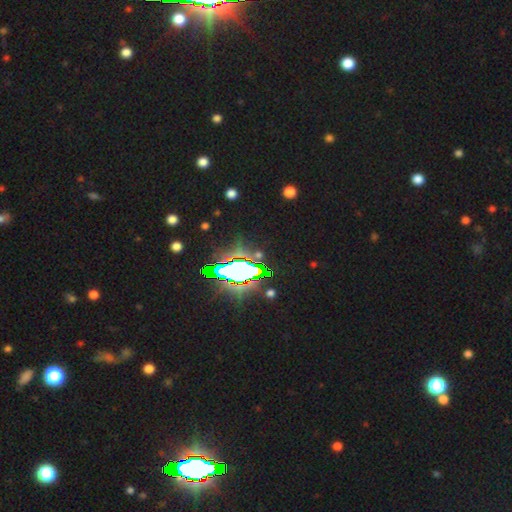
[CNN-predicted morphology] Smooth or featured?
  - star or artifact: 74% *
  - smooth: 15%
  - featured or disk: 11%